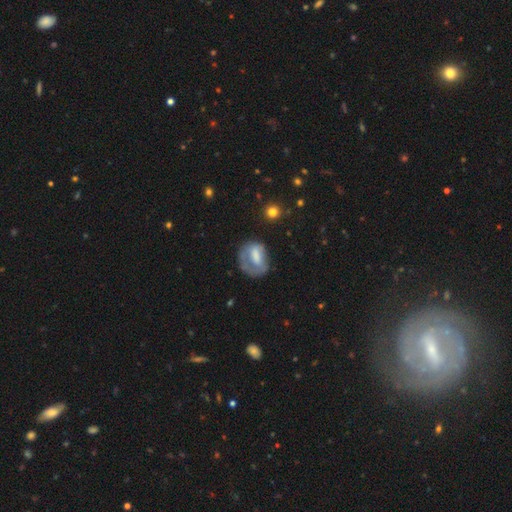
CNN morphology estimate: smooth-or-featured: smooth: 51% | featured or disk: 41% | star or artifact: 9%
  how-rounded: in between: 51% | round: 47% | cigar-shaped: 2%
  merging: none: 43% | major disturbance: 30% | minor disturbance: 25% | merger: 3%